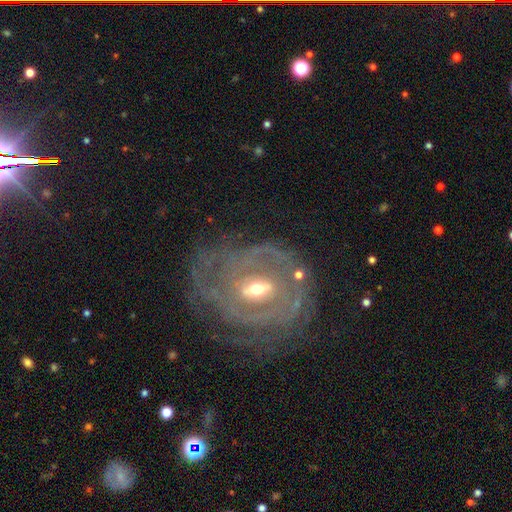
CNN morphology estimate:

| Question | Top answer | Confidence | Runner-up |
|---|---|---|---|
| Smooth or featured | featured or disk | 82% | star or artifact (10%) |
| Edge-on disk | no | 95% | yes (5%) |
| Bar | weak | 45% | no (29%) |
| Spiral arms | yes | 87% | no (13%) |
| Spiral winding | tight | 71% | medium (22%) |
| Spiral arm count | can't tell | 41% | 2 (23%) |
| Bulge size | moderate | 57% | small (38%) |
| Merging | none | 74% | minor disturbance (15%) |